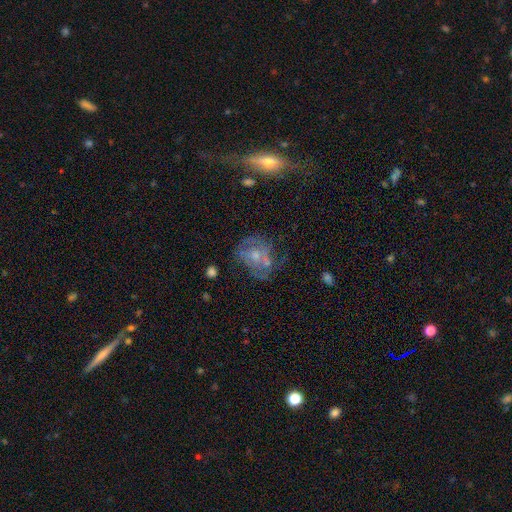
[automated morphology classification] Smooth or featured? featured or disk (64%)
Edge-on disk? no (97%)
Bar? no (79%)
Spiral arms? yes (56%)
Bulge size? small (45%)
Merging? none (46%)